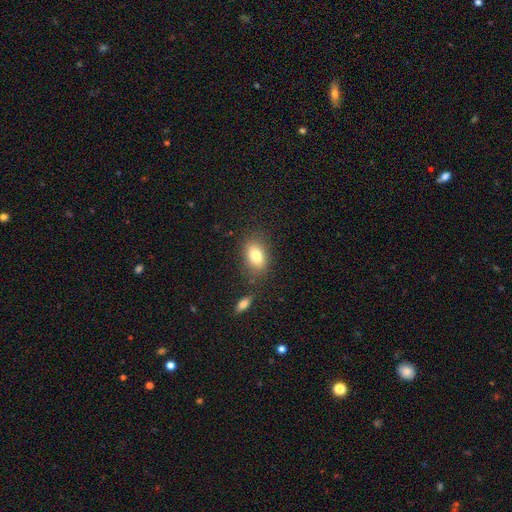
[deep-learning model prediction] Smooth or featured?
  - smooth: 80% *
  - featured or disk: 11%
  - star or artifact: 9%
How rounded?
  - in between: 84% *
  - round: 14%
  - cigar-shaped: 2%
Merging?
  - none: 77% *
  - minor disturbance: 13%
  - merger: 5%
  - major disturbance: 4%